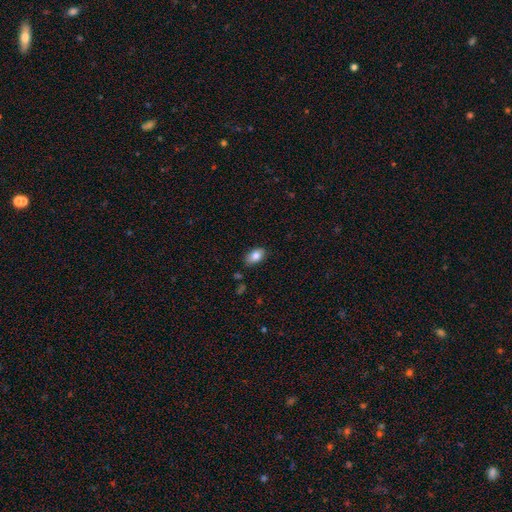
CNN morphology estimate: Smooth or featured? smooth (82%)
How rounded? in between (91%)
Merging? none (82%)